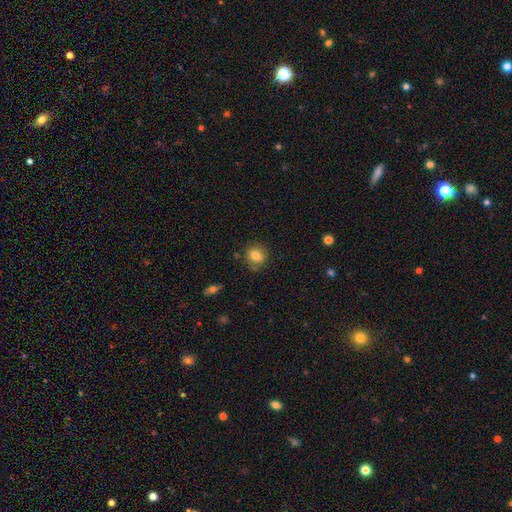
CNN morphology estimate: smooth_or_featured: smooth (p=0.81) [alt: star or artifact p=0.10]
how_rounded: round (p=0.72) [alt: in between p=0.27]
merging: none (p=0.83) [alt: minor disturbance p=0.11]